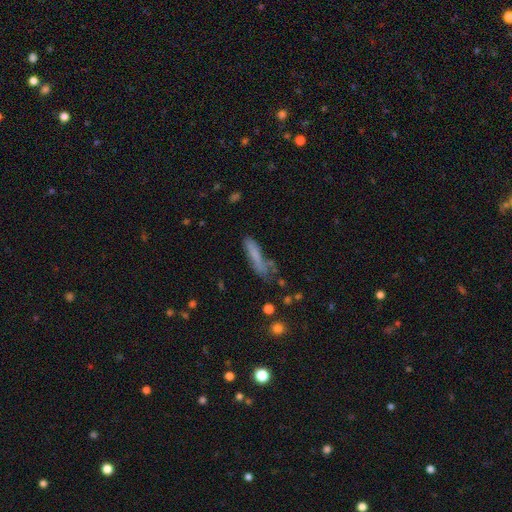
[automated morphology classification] Smooth or featured?
  - smooth: 70% *
  - featured or disk: 20%
  - star or artifact: 10%
How rounded?
  - cigar-shaped: 79% *
  - in between: 19%
  - round: 2%
Merging?
  - none: 51% *
  - minor disturbance: 27%
  - major disturbance: 14%
  - merger: 7%